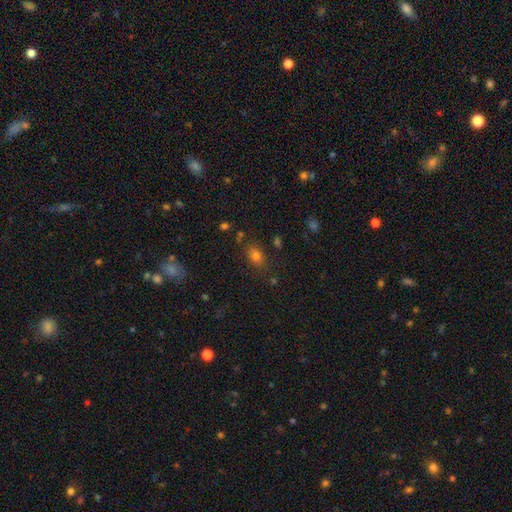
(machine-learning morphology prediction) smooth_or_featured: smooth (p=0.74) [alt: star or artifact p=0.17]
how_rounded: in between (p=0.74) [alt: round p=0.24]
merging: none (p=0.79) [alt: minor disturbance p=0.13]